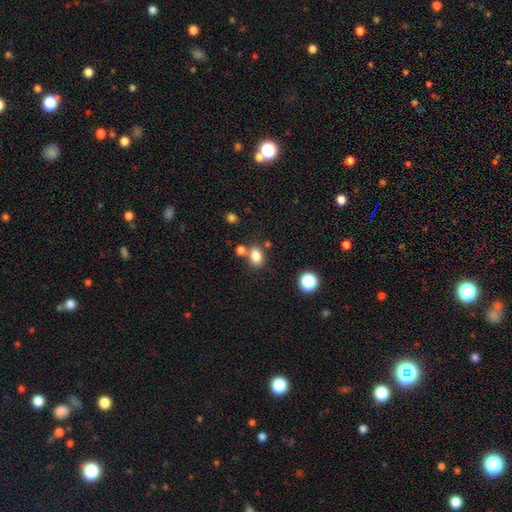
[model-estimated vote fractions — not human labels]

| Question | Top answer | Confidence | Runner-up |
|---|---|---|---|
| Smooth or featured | smooth | 82% | star or artifact (12%) |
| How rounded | in between | 65% | round (34%) |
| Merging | none | 63% | merger (20%) |